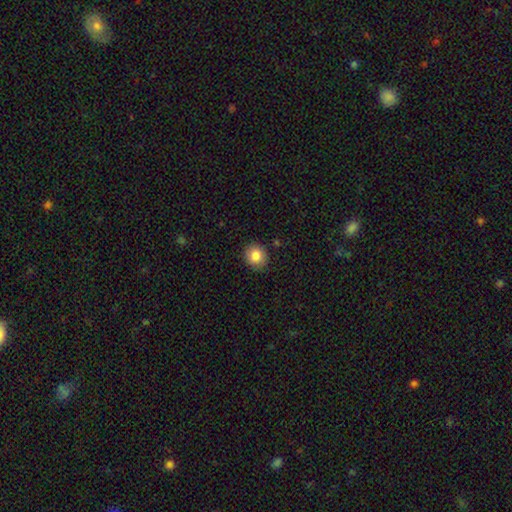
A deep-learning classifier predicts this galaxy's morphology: smooth 85%, star or artifact 9%, featured or disk 6%. Down the decision tree: how rounded — round (86%); merging — none (89%).